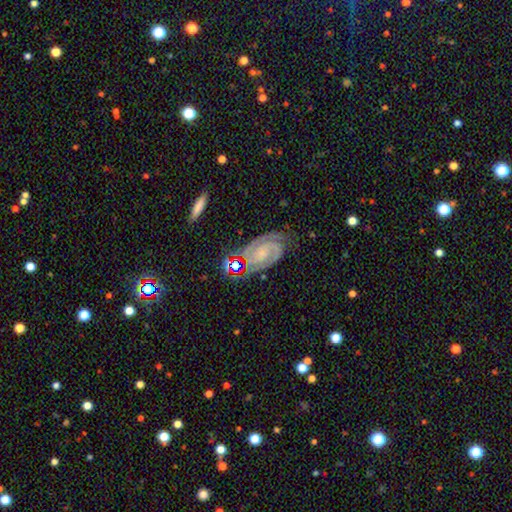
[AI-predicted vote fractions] This appears to be a star or artifact, not a galaxy (45%).